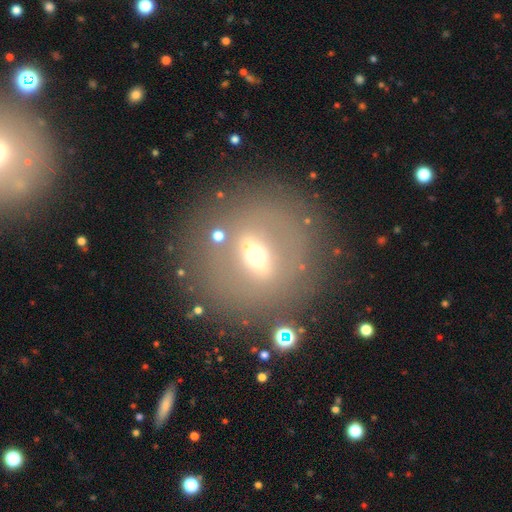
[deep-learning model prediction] The model was most divided on "smooth or featured": featured or disk: 43%, smooth: 38%, star or artifact: 19%. More confident: merging — none (79%).